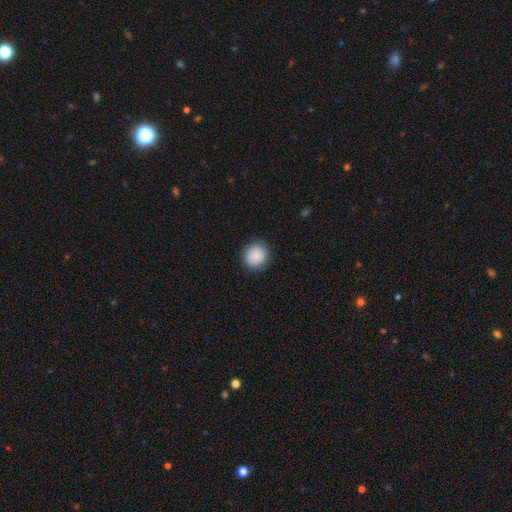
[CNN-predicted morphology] This is clearly a smooth galaxy (89%). How rounded: clearly round (89%). Merging: clearly none (90%).